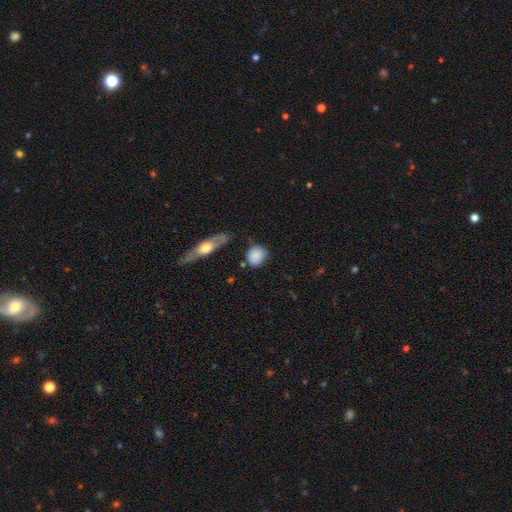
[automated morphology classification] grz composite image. It shows a smooth galaxy with no disk features (83%) that is round (75%). Merging: none (67%).